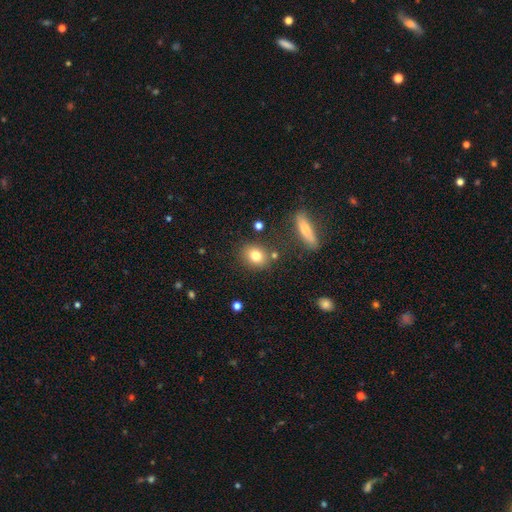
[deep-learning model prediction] Morphology: type=smooth (79%); roundness=round (51%); merging=none (78%).